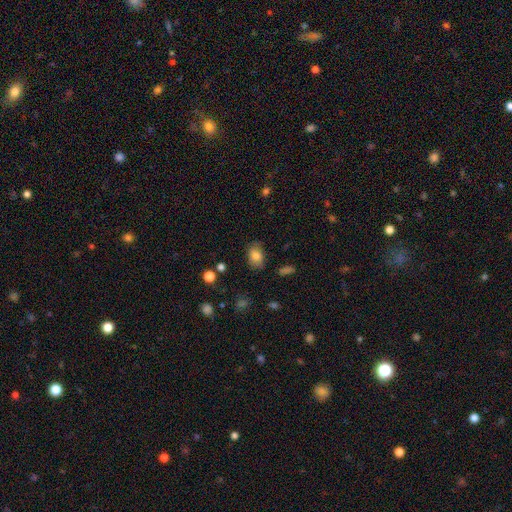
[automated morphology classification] Smooth or featured? smooth (81%)
How rounded? in between (80%)
Merging? none (76%)